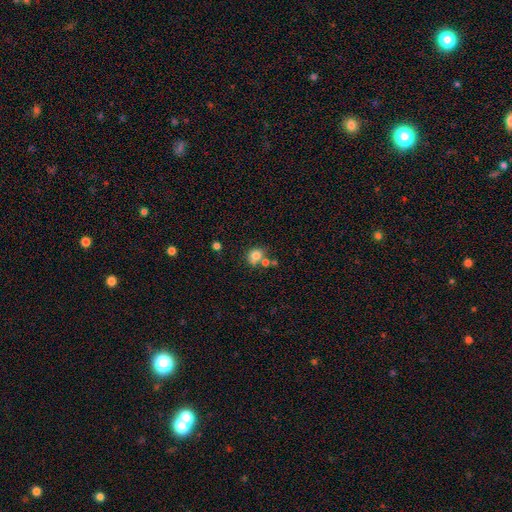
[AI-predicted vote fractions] This is likely a smooth galaxy (76%). How rounded: likely round (68%). Merging: possibly none (52%).